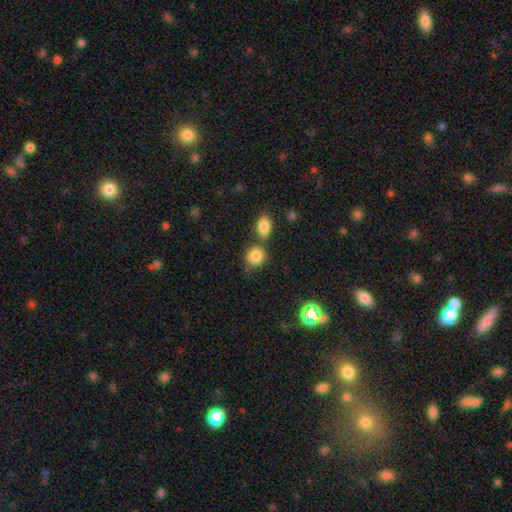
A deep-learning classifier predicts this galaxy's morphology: Smooth or featured? smooth (84%)
How rounded? round (72%)
Merging? none (57%)